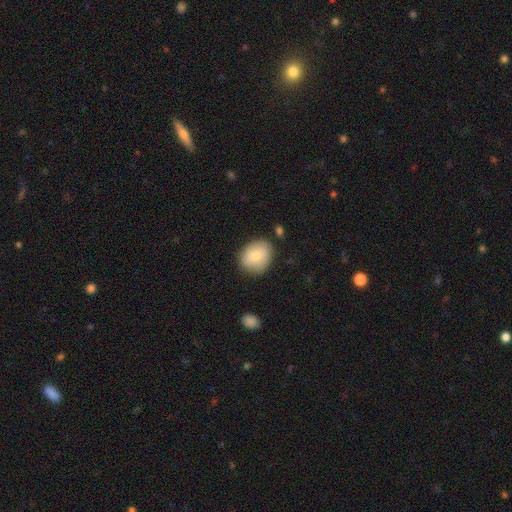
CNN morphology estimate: smooth_or_featured: smooth (p=0.83) [alt: featured or disk p=0.10]
how_rounded: round (p=0.57) [alt: in between p=0.42]
merging: none (p=0.79) [alt: minor disturbance p=0.15]